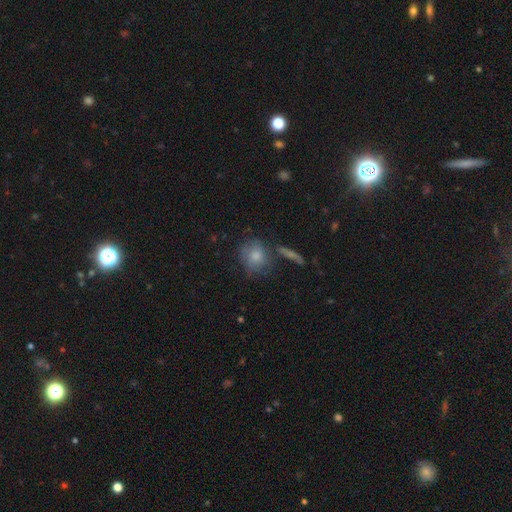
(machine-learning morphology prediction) The model was most divided on "smooth or featured": smooth: 63%, featured or disk: 21%, star or artifact: 16%. More confident: how rounded — round (78%); merging — none (65%).